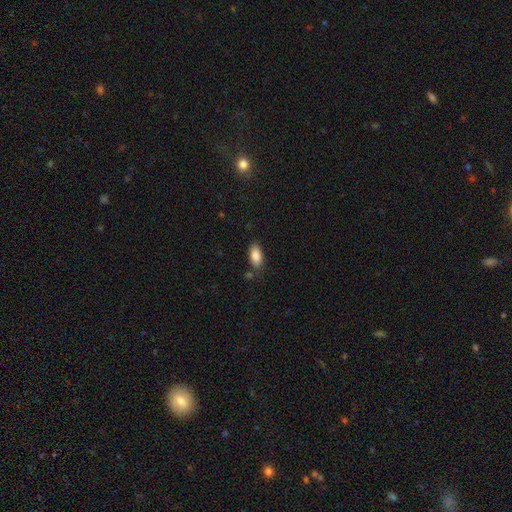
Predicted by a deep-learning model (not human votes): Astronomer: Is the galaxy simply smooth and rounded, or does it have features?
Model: smooth — 87%.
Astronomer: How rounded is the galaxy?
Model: in between — 90%.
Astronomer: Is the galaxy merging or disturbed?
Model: none — 78%.